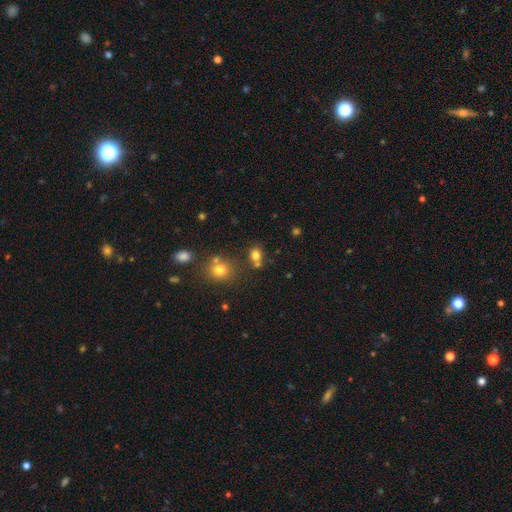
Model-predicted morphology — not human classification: This is likely a smooth galaxy (77%). How rounded: possibly round (51%). Merging: possibly none (59%).